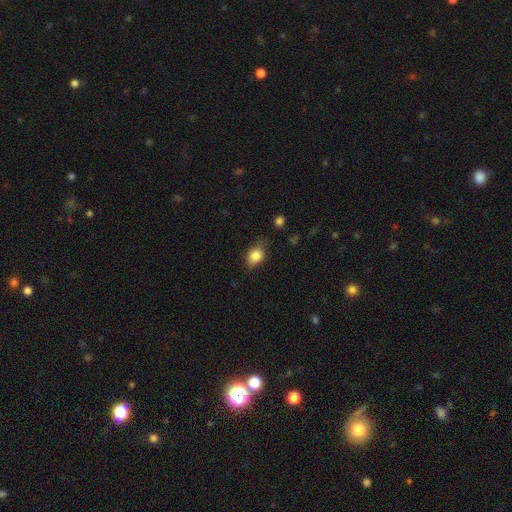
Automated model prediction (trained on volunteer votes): Smooth or featured: smooth — 83% (star or artifact — 9%)
How rounded: in between — 61% (round — 37%)
Merging: none — 70% (minor disturbance — 23%)